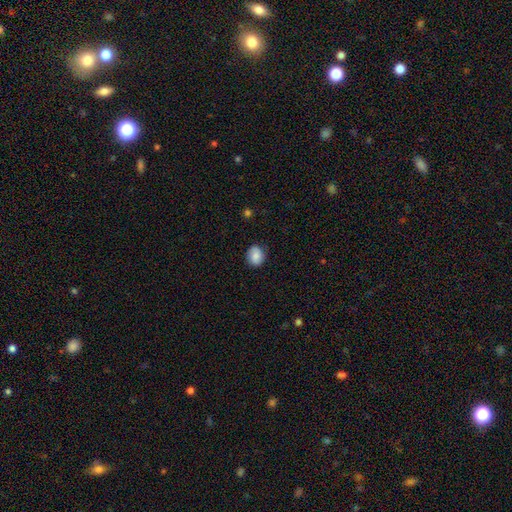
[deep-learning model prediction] A smooth galaxy with no disk features (80%) that is round (69%).

Vote fractions:
- Smooth or featured? smooth: 80% / featured or disk: 12% / star or artifact: 8%
- How rounded? round: 69% / in between: 30% / cigar-shaped: 1%
- Merging? none: 84% / minor disturbance: 12% / major disturbance: 3% / merger: 1%